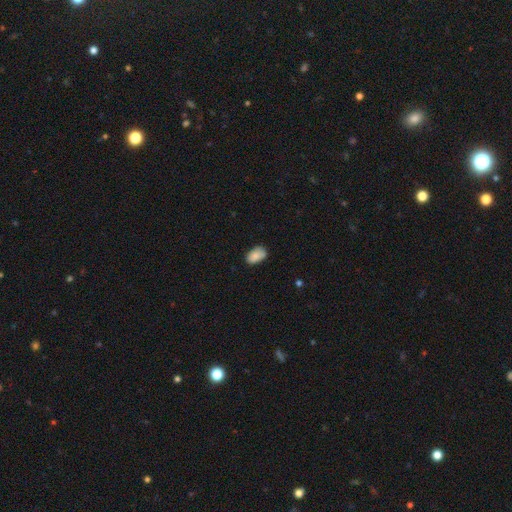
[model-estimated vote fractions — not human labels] Smooth or featured? smooth (86%)
How rounded? in between (92%)
Merging? none (71%)